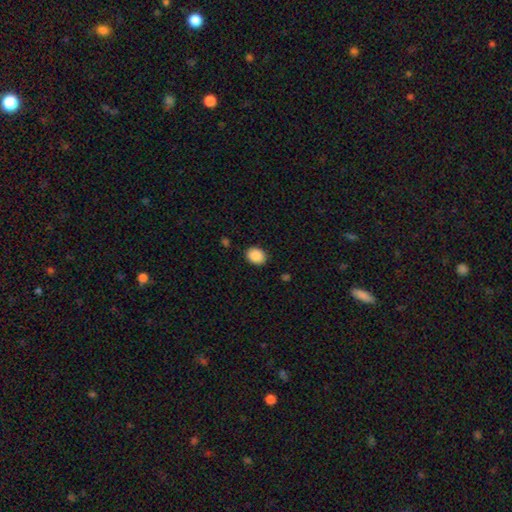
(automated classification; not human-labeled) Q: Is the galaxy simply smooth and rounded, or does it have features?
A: smooth — 89%.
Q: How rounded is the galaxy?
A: round — 52%.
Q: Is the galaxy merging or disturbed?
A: none — 89%.